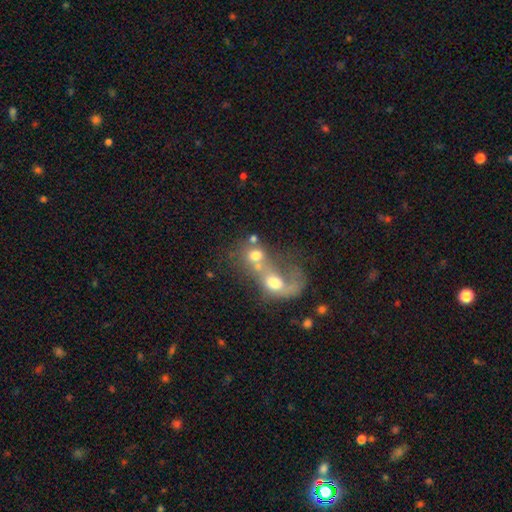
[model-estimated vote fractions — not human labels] This is possibly a smooth galaxy (53%). How rounded: possibly round (57%). Merging: likely merger (70%).